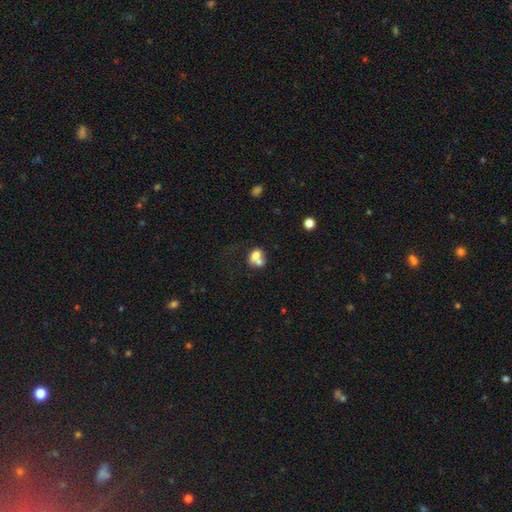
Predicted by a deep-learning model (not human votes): Overall: smooth (66%). How rounded: round (51%; in between 48%). Merging: merger (65%).